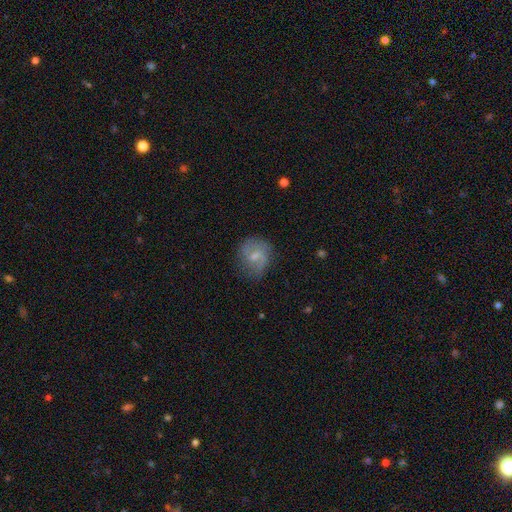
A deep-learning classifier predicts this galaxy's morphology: smooth-or-featured: featured or disk: 54% | smooth: 38% | star or artifact: 8%
  disk-edge-on: no: 97% | yes: 3%
    bar: weak: 57% | no: 28% | strong: 14%
    has-spiral-arms: yes: 78% | no: 22%
    bulge-size: small: 48% | moderate: 34% | none: 15% | large: 2% | dominant: 1%
  merging: none: 60% | minor disturbance: 25% | major disturbance: 12% | merger: 2%